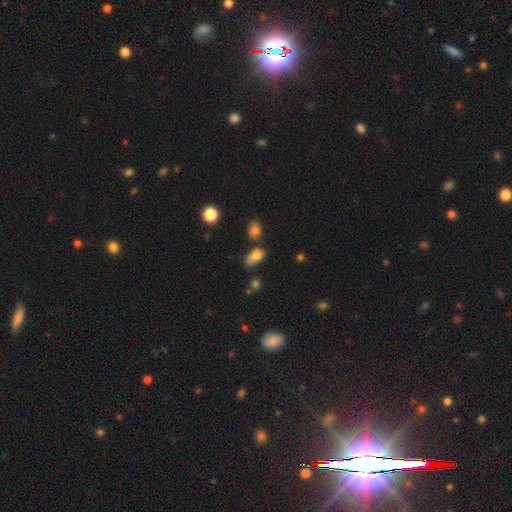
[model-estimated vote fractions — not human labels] Smooth or featured? smooth (79%)
How rounded? in between (87%)
Merging? none (59%)